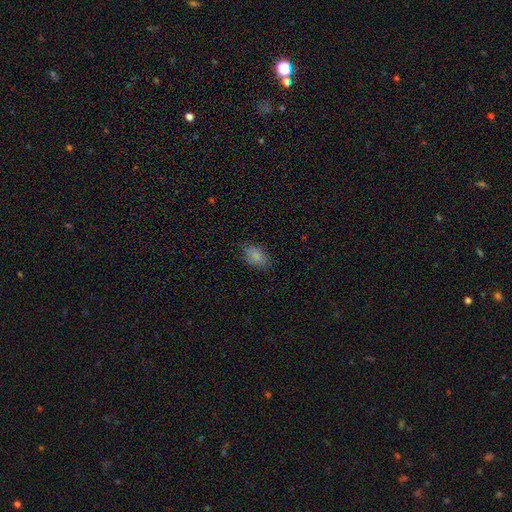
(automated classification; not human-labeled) smooth 84%, star or artifact 9%, featured or disk 7%. Down the decision tree: how rounded — in between (90%); merging — none (76%).